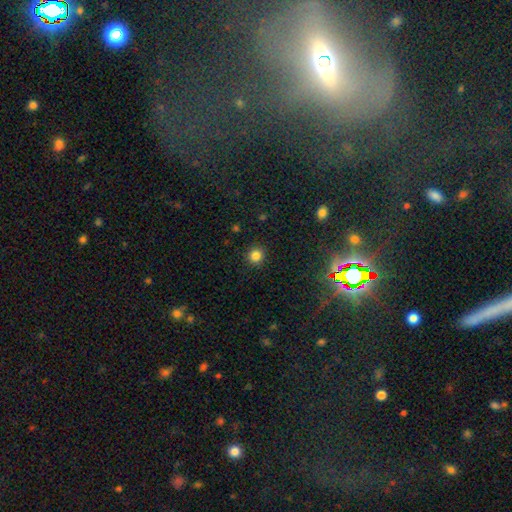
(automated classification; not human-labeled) A smooth galaxy with no disk features (83%) that is round (93%).

Vote fractions:
- Smooth or featured? smooth: 83% / star or artifact: 13% / featured or disk: 4%
- How rounded? round: 93% / in between: 6% / cigar-shaped: 1%
- Merging? none: 92% / minor disturbance: 5% / major disturbance: 2% / merger: 1%